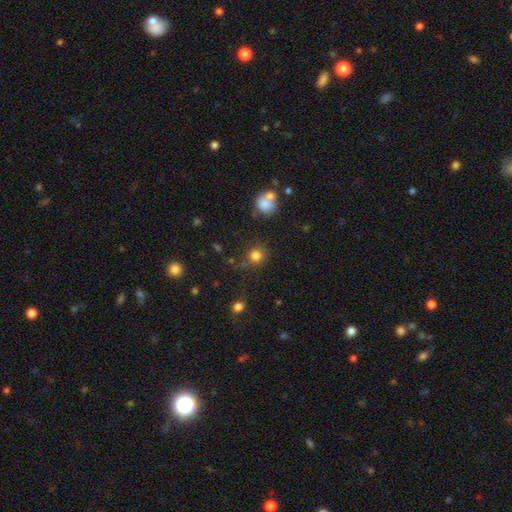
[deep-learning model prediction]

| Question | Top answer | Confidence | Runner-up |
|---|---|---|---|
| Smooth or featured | smooth | 80% | star or artifact (14%) |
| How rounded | round | 90% | in between (9%) |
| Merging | none | 79% | minor disturbance (10%) |